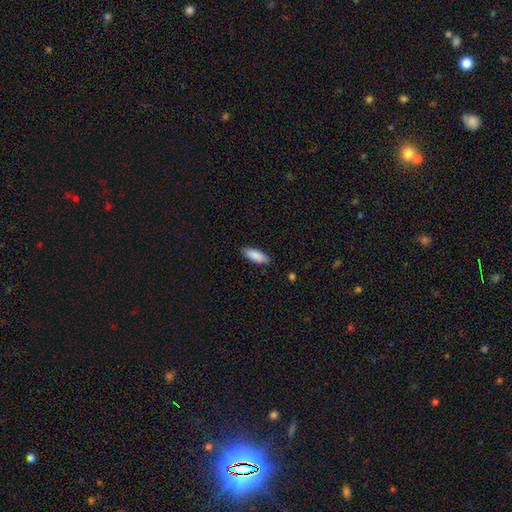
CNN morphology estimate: type=smooth (88%); roundness=in between (69%); merging=none (86%).